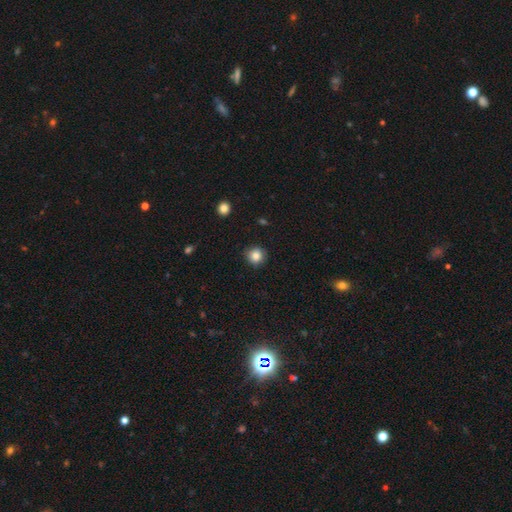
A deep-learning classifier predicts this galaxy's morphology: A smooth galaxy with no disk features (85%) that is round (92%).

Vote fractions:
- Smooth or featured? smooth: 85% / star or artifact: 10% / featured or disk: 5%
- How rounded? round: 92% / in between: 7% / cigar-shaped: 1%
- Merging? none: 88% / minor disturbance: 8% / major disturbance: 2% / merger: 1%